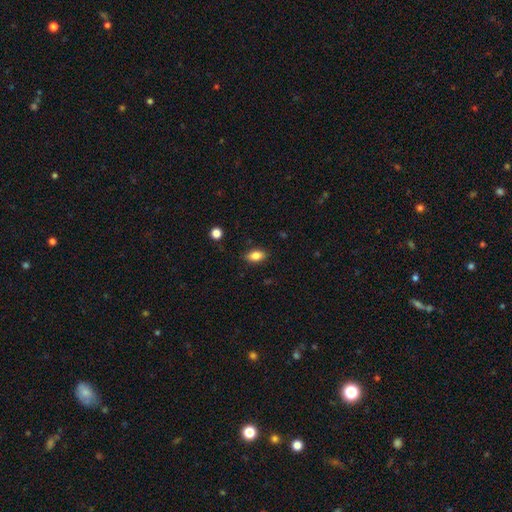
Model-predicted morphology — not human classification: Smooth or featured? Predicted: smooth (p=0.84). How rounded? Predicted: in between (p=0.87). Merging? Predicted: none (p=0.86).